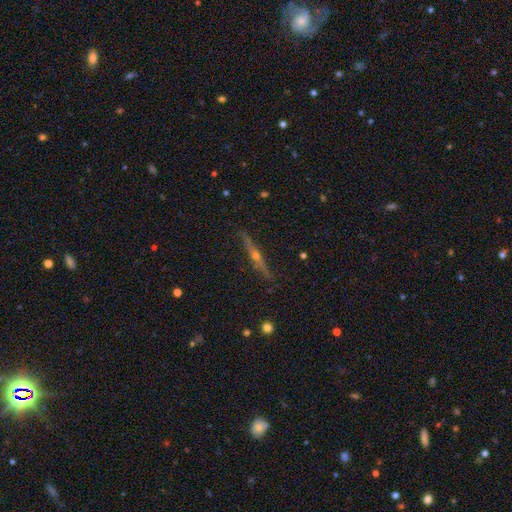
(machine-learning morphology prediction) smooth-or-featured: featured or disk: 81% | smooth: 12% | star or artifact: 7%
  disk-edge-on: yes: 98% | no: 2%
    edge-on-bulge: rounded: 93% | none: 5% | boxy: 2%
  merging: none: 90% | minor disturbance: 8% | major disturbance: 2% | merger: 1%